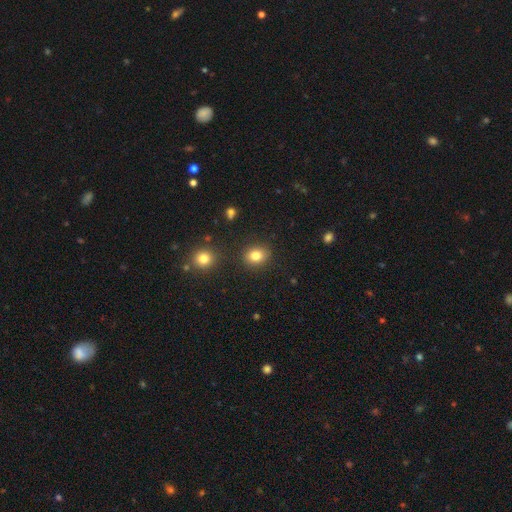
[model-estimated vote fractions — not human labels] smooth-or-featured: smooth: 82% | star or artifact: 11% | featured or disk: 7%
  how-rounded: round: 60% | in between: 39% | cigar-shaped: 1%
  merging: none: 87% | minor disturbance: 8% | merger: 3% | major disturbance: 3%